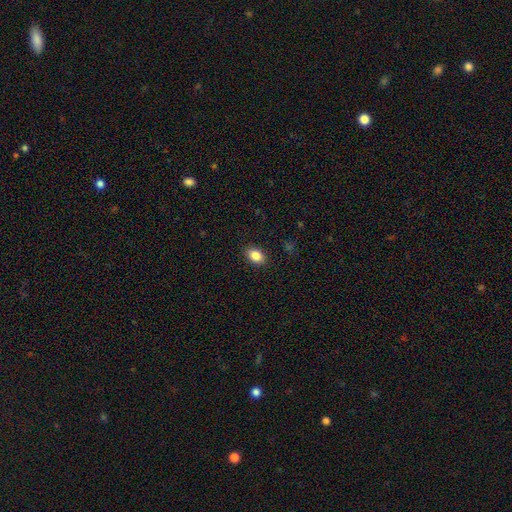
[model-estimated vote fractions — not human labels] smooth_or_featured: smooth (p=0.85) [alt: star or artifact p=0.09]
how_rounded: in between (p=0.81) [alt: round p=0.17]
merging: none (p=0.89) [alt: minor disturbance p=0.08]